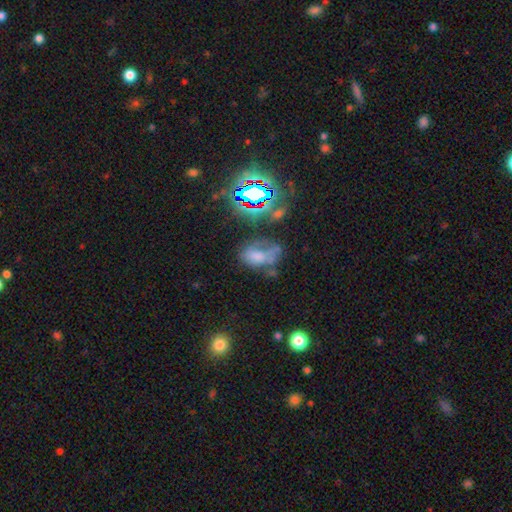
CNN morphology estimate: The model was most divided on "merging": none: 34%, major disturbance: 27%, minor disturbance: 24%, merger: 15%. Remaining: smooth or featured — smooth (44%).